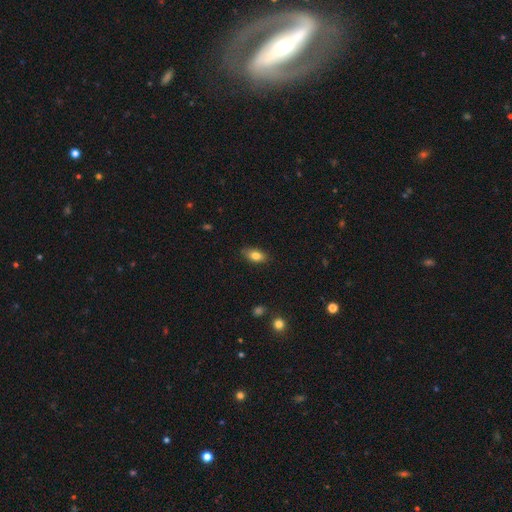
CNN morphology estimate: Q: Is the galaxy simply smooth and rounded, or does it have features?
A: smooth — 82%.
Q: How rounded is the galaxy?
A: in between — 87%.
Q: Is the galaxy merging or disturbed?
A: none — 85%.